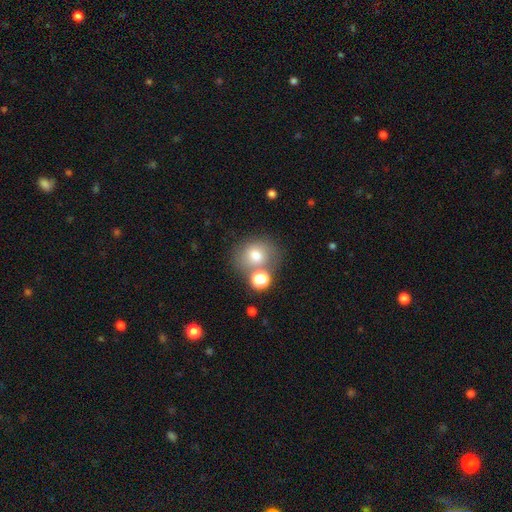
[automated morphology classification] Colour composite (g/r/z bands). It shows a smooth galaxy with no disk features (73%) that is round (60%). Merging: none (60%).